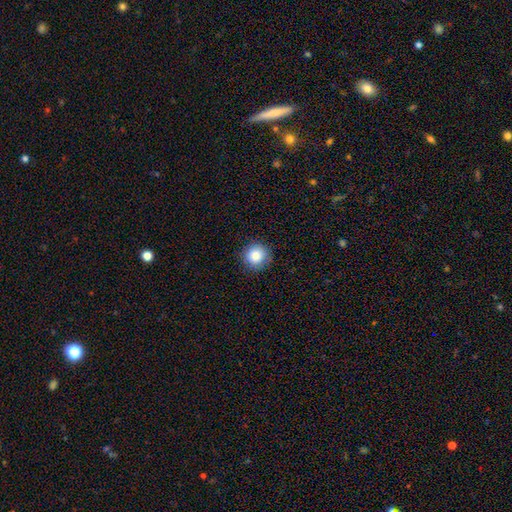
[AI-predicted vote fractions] Smooth or featured?
  - smooth: 85% *
  - star or artifact: 9%
  - featured or disk: 6%
How rounded?
  - round: 94% *
  - in between: 5%
  - cigar-shaped: 1%
Merging?
  - none: 88% *
  - minor disturbance: 9%
  - major disturbance: 2%
  - merger: 1%